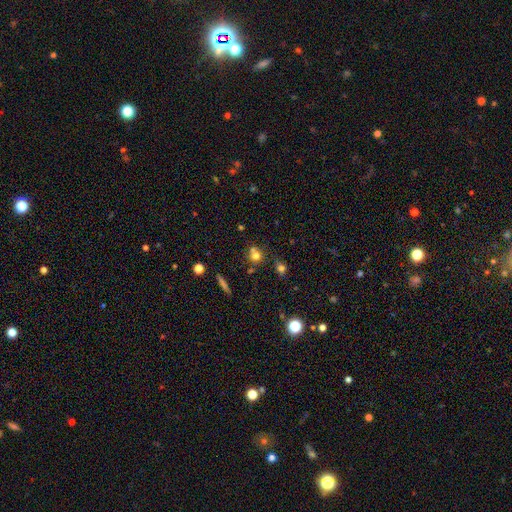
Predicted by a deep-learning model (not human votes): Q: Smooth or featured?
A: smooth (69%); runner-up: star or artifact (18%)
Q: How rounded?
A: round (84%); runner-up: in between (14%)
Q: Merging?
A: none (51%); runner-up: merger (35%)